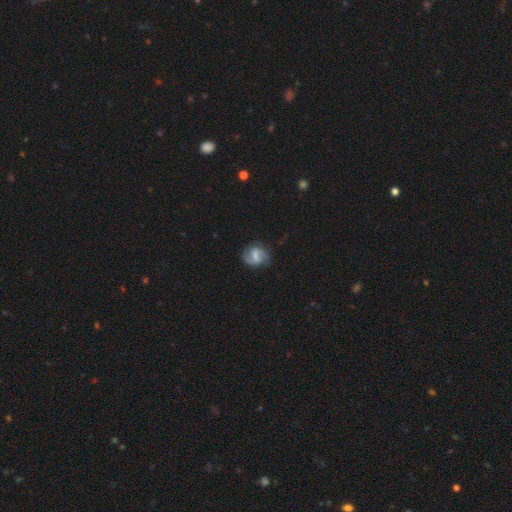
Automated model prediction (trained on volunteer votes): Smooth or featured? Predicted: featured or disk (p=0.57). Edge-on disk? Predicted: no (p=0.97). Bar? Predicted: weak (p=0.50). Spiral arms? Predicted: yes (p=0.85). Bulge size? Predicted: moderate (p=0.35, tied with small). Merging? Predicted: none (p=0.69).